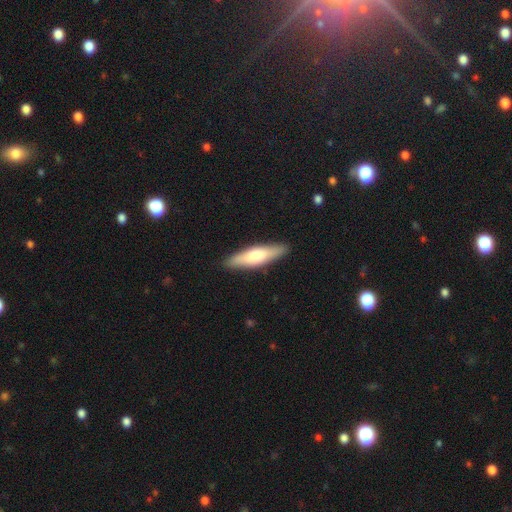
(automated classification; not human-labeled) smooth 64%, featured or disk 31%, star or artifact 5%. Down the decision tree: how rounded — cigar-shaped (69%); merging — none (88%).